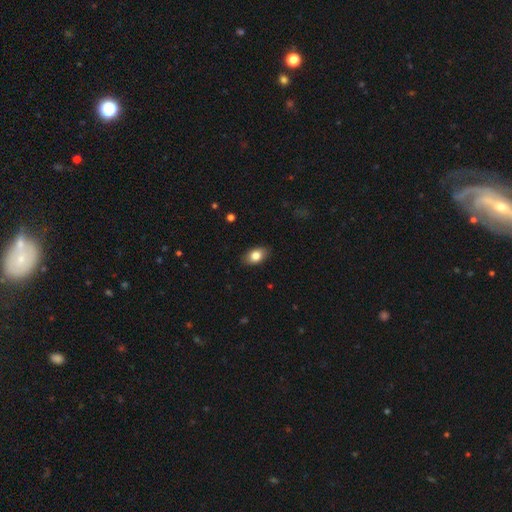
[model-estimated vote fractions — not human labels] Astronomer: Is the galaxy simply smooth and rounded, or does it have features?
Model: smooth — 82%.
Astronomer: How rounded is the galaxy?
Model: in between — 87%.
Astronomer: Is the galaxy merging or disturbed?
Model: none — 86%.